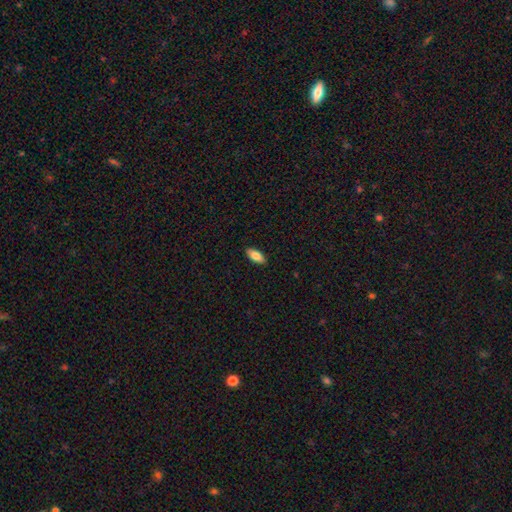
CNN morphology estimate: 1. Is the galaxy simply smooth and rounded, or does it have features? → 81% smooth, 12% featured or disk, 6% star or artifact.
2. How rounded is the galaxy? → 86% in between, 12% cigar-shaped, 2% round.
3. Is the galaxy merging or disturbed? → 90% none, 8% minor disturbance, 2% major disturbance, 1% merger.